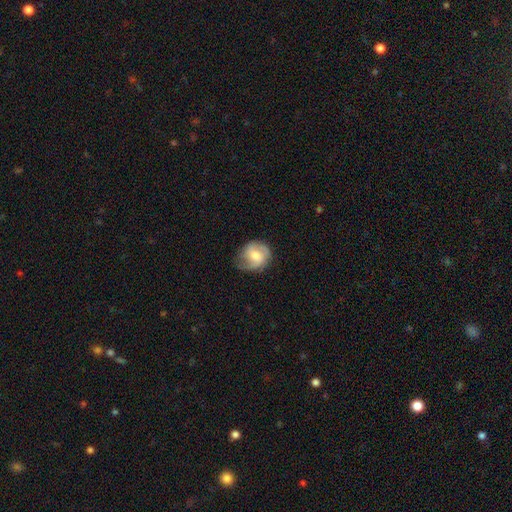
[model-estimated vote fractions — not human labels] Smooth or featured? featured or disk (59%)
Edge-on disk? no (97%)
Bar? no (51%)
Spiral arms? yes (89%)
Spiral winding? medium (46%)
Spiral arm count? 2 (57%)
Bulge size? moderate (57%)
Merging? none (63%)